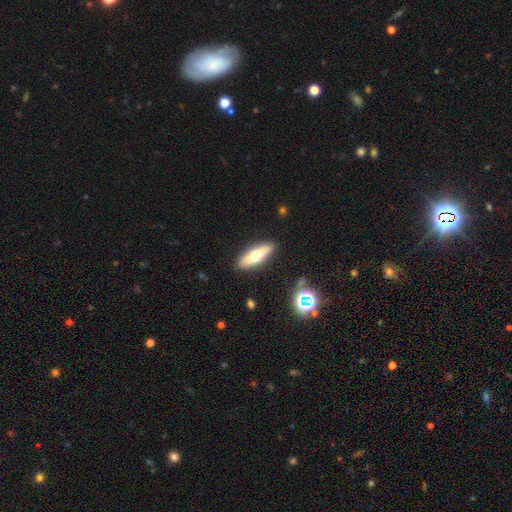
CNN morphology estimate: This appears to be a smooth galaxy with no disk features (53%) that is cigar-shaped (57%). Merging: none (89%).